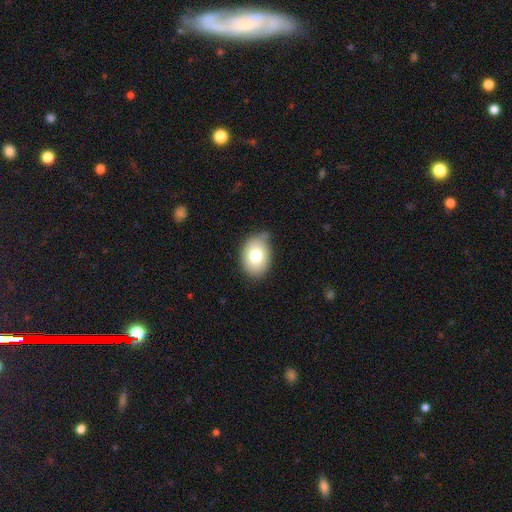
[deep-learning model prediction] Smooth or featured?
  - smooth: 77% *
  - featured or disk: 15%
  - star or artifact: 9%
How rounded?
  - in between: 72% *
  - round: 27%
  - cigar-shaped: 1%
Merging?
  - none: 70% *
  - minor disturbance: 23%
  - major disturbance: 5%
  - merger: 2%